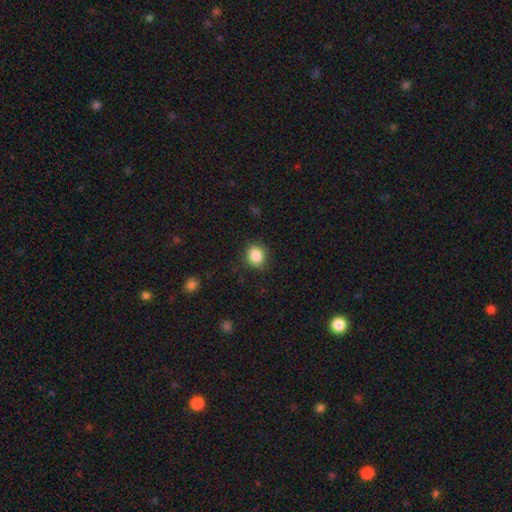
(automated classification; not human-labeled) A smooth galaxy with no disk features (87%) that is round (77%).

Vote fractions:
- Smooth or featured? smooth: 87% / star or artifact: 10% / featured or disk: 4%
- How rounded? round: 77% / in between: 22% / cigar-shaped: 1%
- Merging? none: 86% / minor disturbance: 10% / major disturbance: 3% / merger: 1%